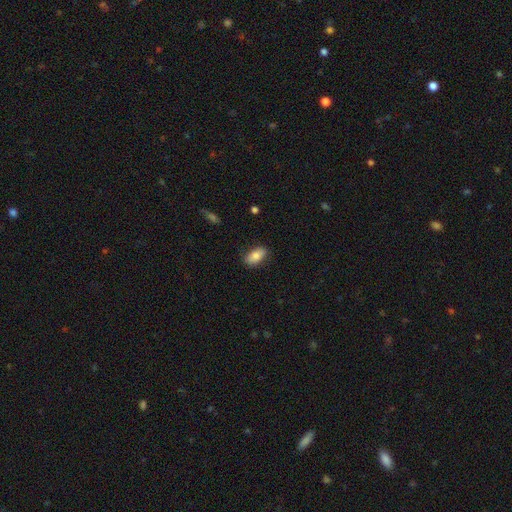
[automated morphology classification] This appears to be a smooth galaxy with no disk features (81%) that is in between round and cigar-shaped (91%). Merging: none (82%).